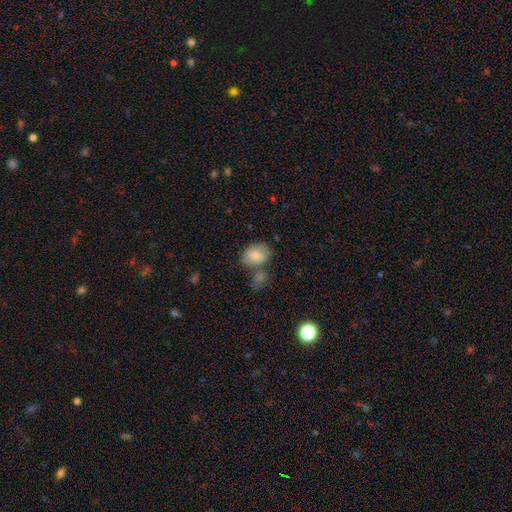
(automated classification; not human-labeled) smooth 82%, featured or disk 11%, star or artifact 7%. Down the decision tree: how rounded — in between (76%); merging — none (52%).